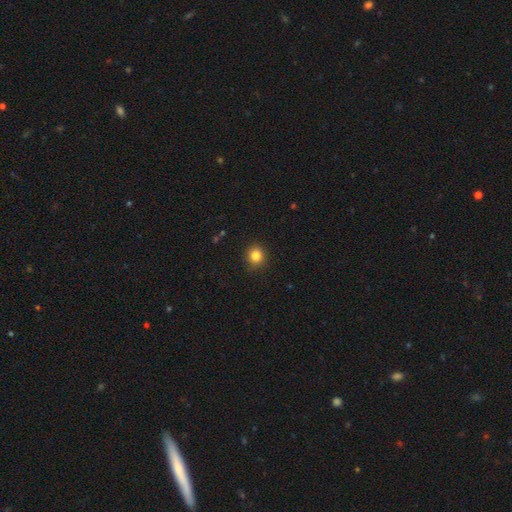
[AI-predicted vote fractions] smooth 84%, star or artifact 11%, featured or disk 5%. Down the decision tree: how rounded — round (85%); merging — none (90%).